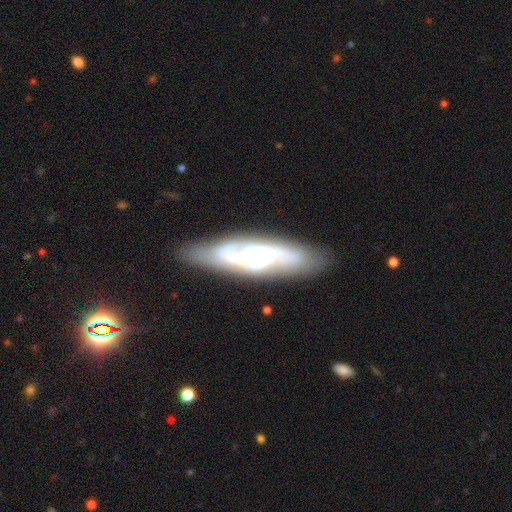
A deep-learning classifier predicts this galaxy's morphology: Q: Smooth or featured?
A: featured or disk (76%); runner-up: smooth (17%)
Q: Edge-on disk?
A: no (79%); runner-up: yes (21%)
Q: Bar?
A: no (47%); runner-up: weak (34%)
Q: Spiral arms?
A: yes (89%); runner-up: no (11%)
Q: Spiral winding?
A: medium (42%); runner-up: tight (41%)
Q: Spiral arm count?
A: 2 (46%); runner-up: can't tell (28%)
Q: Bulge size?
A: small (47%); runner-up: moderate (31%)
Q: Merging?
A: none (75%); runner-up: minor disturbance (15%)